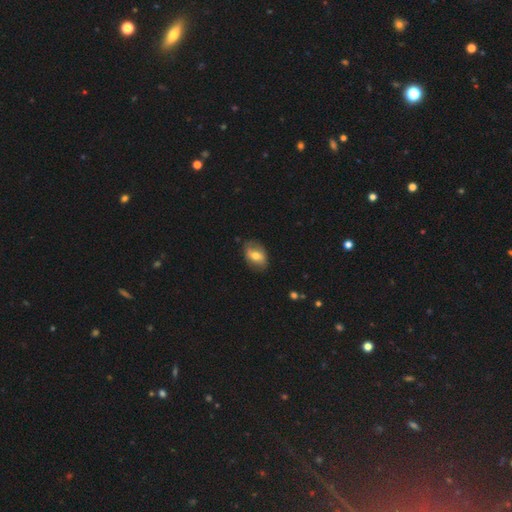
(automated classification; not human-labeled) A smooth galaxy with no disk features (55%) that is in between round and cigar-shaped (80%). Merging: none (78%).